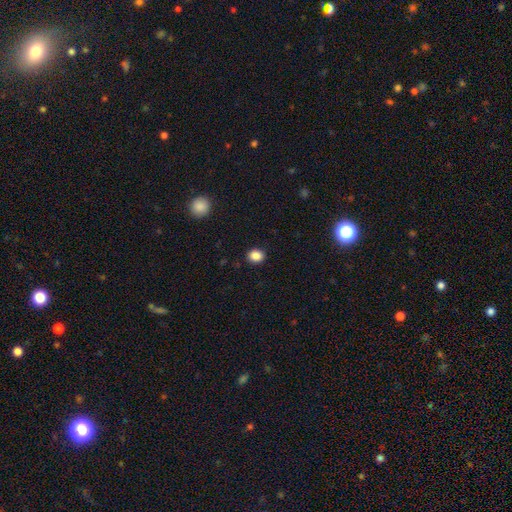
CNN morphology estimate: type=smooth (87%); roundness=round (64%); merging=none (90%).